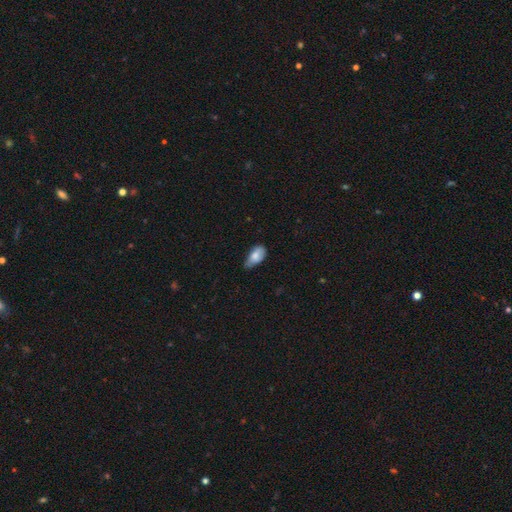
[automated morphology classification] Overall: smooth (78%). How rounded: in between (93%). Merging: minor disturbance (47%; none 42%).